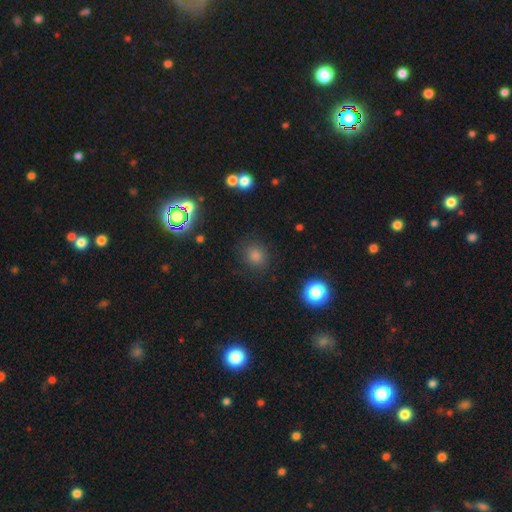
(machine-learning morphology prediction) Smooth or featured: smooth — 74% (star or artifact — 20%)
How rounded: round — 82% (in between — 17%)
Merging: none — 86% (minor disturbance — 9%)